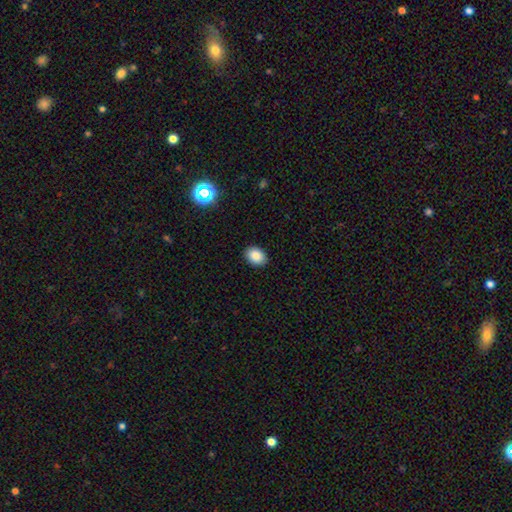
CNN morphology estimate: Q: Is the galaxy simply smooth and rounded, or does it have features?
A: smooth — 87%.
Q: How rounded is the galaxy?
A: in between — 69%.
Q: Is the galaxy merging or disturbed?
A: none — 90%.